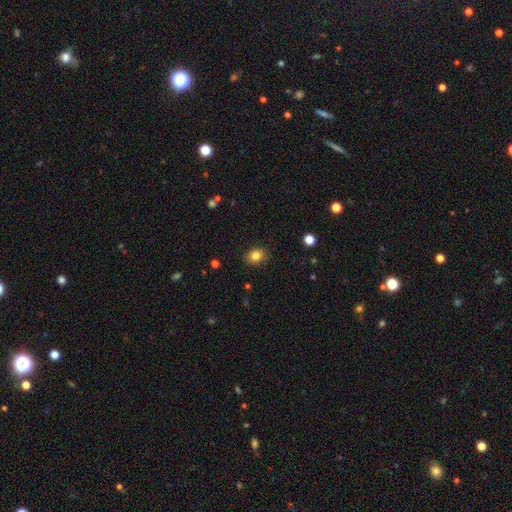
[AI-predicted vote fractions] smooth 83%, star or artifact 11%, featured or disk 7%. Down the decision tree: how rounded — round (54%); merging — none (88%).